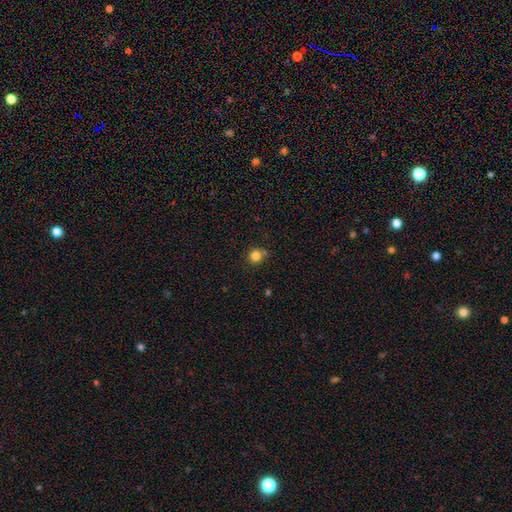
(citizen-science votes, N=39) smooth-or-featured: smooth: 90% | star or artifact: 10% | featured or disk: 0%
  how-rounded: round: 97% | in between: 3% | cigar-shaped: 0%
  merging: none: 66% | minor disturbance: 20% | merger: 9% | major disturbance: 6%